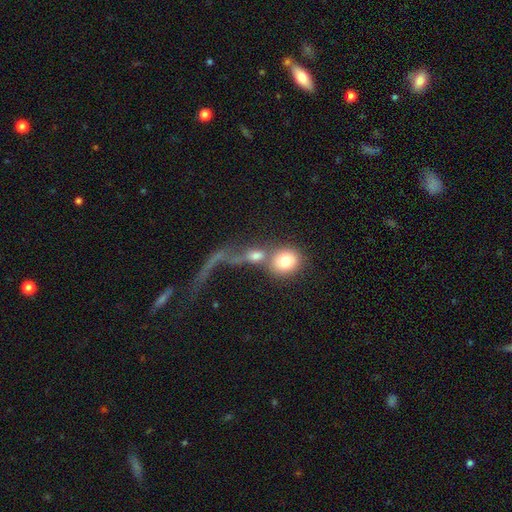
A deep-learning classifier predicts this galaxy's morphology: This appears to be a smooth galaxy with no disk features (63%) that is round (65%). Merging: merger (45%).